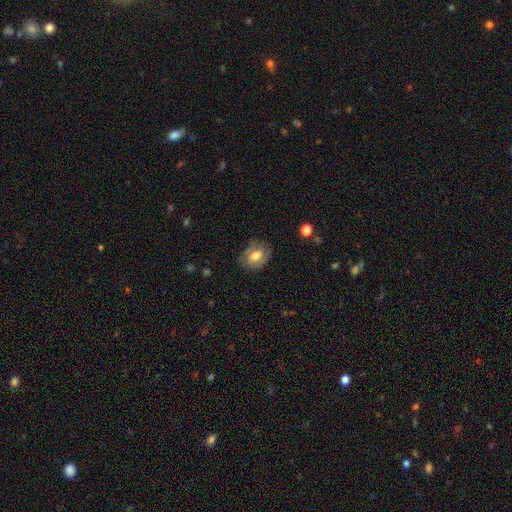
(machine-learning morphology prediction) Smooth or featured: smooth — 59% (featured or disk — 32%)
How rounded: in between — 64% (round — 34%)
Merging: none — 71% (minor disturbance — 21%)